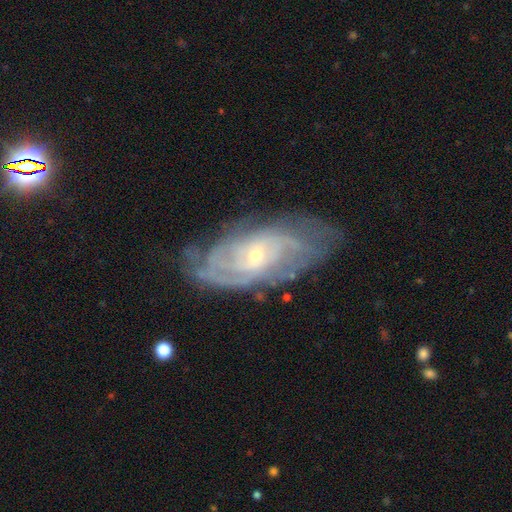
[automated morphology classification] Smooth or featured? Predicted: featured or disk (p=0.85). Edge-on disk? Predicted: no (p=0.93). Bar? Predicted: no (p=0.62). Spiral arms? Predicted: yes (p=0.94). Spiral winding? Predicted: tight (p=0.67). Spiral arm count? Predicted: can't tell (p=0.41). Bulge size? Predicted: small (p=0.70). Merging? Predicted: none (p=0.70).